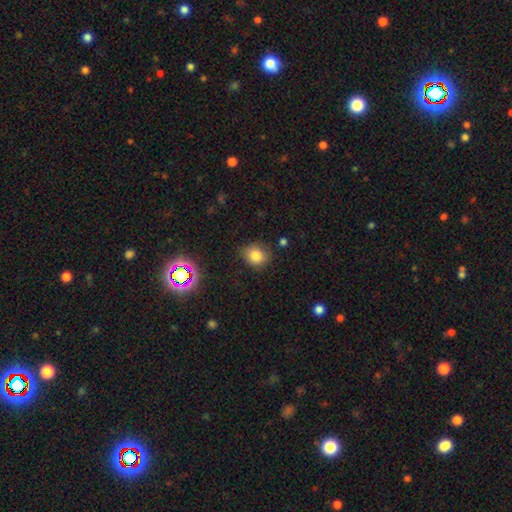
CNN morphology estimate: Overall: smooth (80%). How rounded: round (74%). Merging: none (80%).